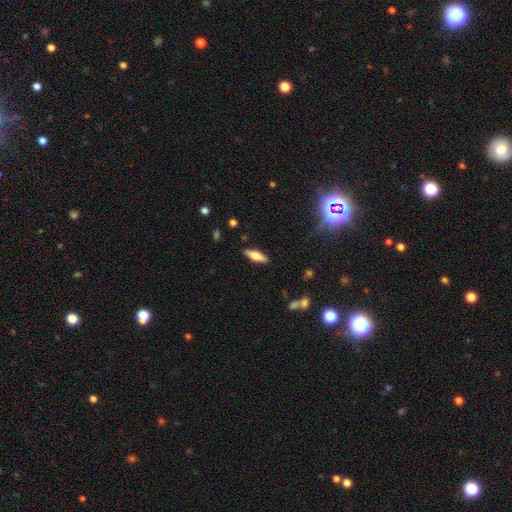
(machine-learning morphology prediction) Overall: smooth (56%; featured or disk 37%). How rounded: cigar-shaped (49%, tied with in between). Merging: none (88%).